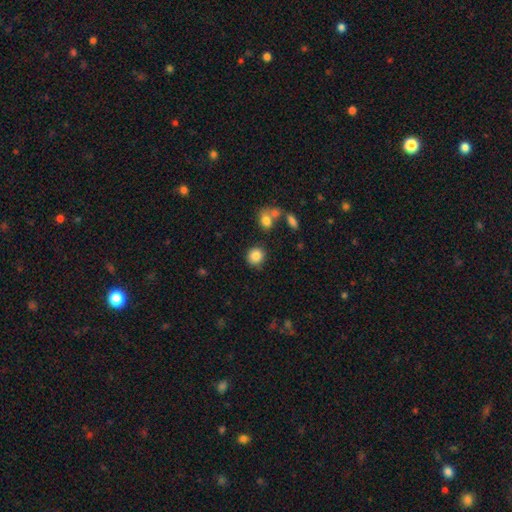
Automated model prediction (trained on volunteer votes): Overall: smooth (86%). How rounded: round (85%). Merging: none (82%).